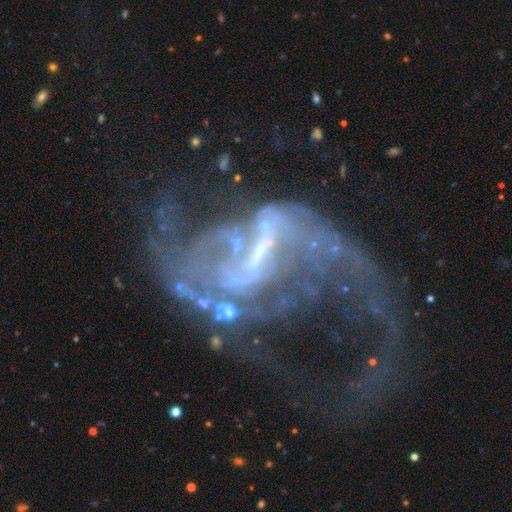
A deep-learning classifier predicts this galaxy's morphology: Smooth or featured? featured or disk (85%)
Edge-on disk? no (97%)
Bar? strong (43%)
Spiral arms? yes (79%)
Spiral winding? loose (61%)
Spiral arm count? 2 (64%)
Bulge size? small (44%)
Merging? major disturbance (54%)